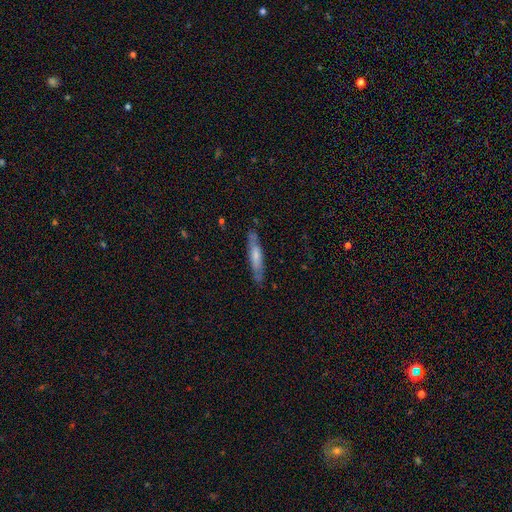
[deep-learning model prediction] Q: Smooth or featured?
A: smooth (54%); runner-up: featured or disk (40%)
Q: How rounded?
A: cigar-shaped (86%); runner-up: in between (12%)
Q: Merging?
A: none (81%); runner-up: minor disturbance (15%)